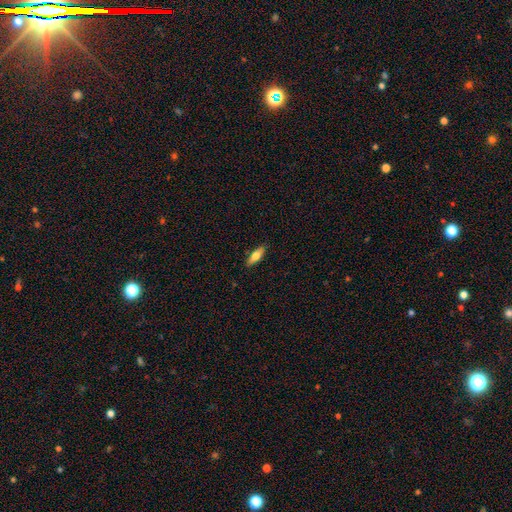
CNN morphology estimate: Smooth or featured? Predicted: smooth (p=0.68). How rounded? Predicted: in between (p=0.54). Merging? Predicted: none (p=0.88).